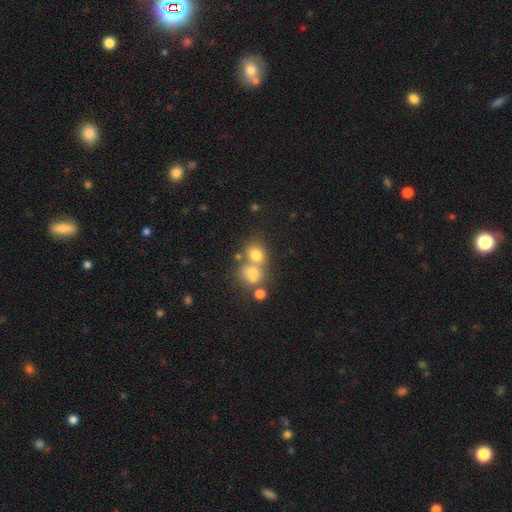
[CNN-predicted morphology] The model was most divided on "merging": merger: 45%, none: 40%, minor disturbance: 9%, major disturbance: 6%. More confident: smooth or featured — smooth (70%); how rounded — round (62%).